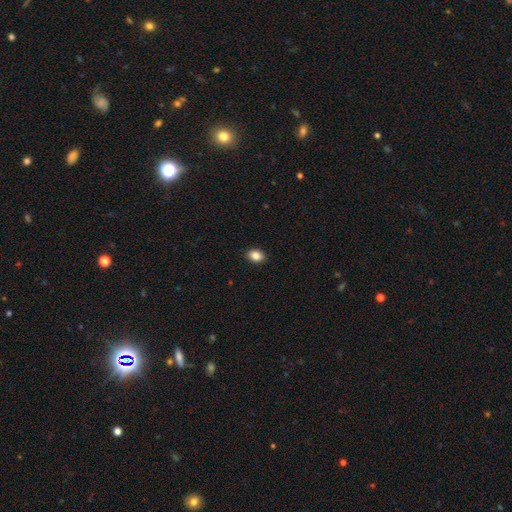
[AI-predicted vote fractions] Smooth or featured? smooth (86%)
How rounded? in between (76%)
Merging? none (90%)